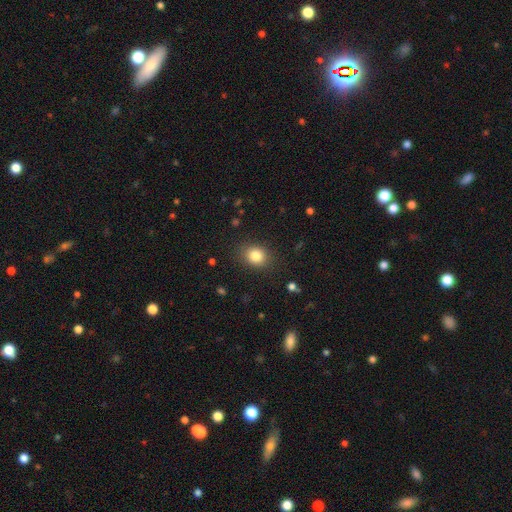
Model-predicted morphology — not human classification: This appears to be a smooth galaxy with no disk features (83%) that is round (56%). Merging: none (85%).